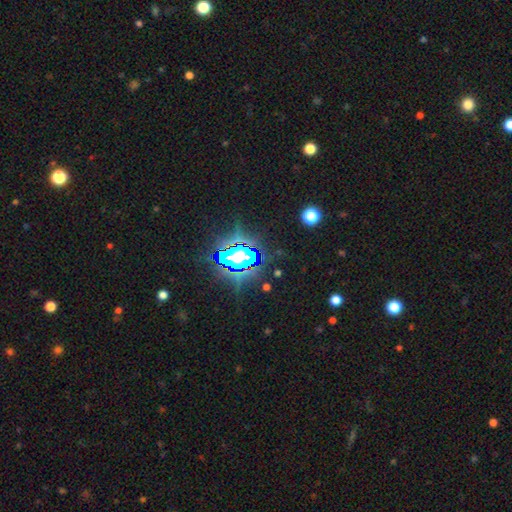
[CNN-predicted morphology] Smooth or featured? Predicted: star or artifact (p=0.76).